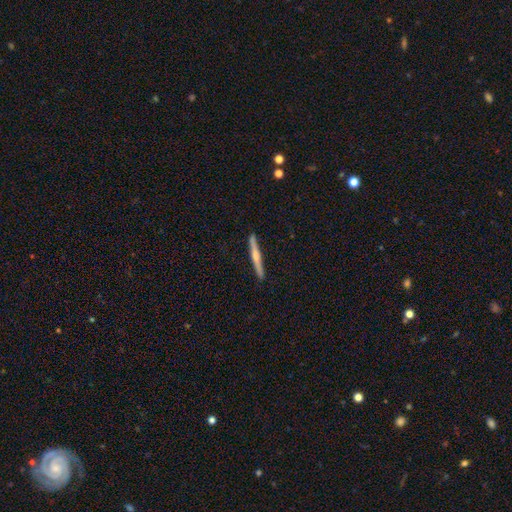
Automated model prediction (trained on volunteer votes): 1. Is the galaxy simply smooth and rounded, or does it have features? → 55% featured or disk, 40% smooth, 5% star or artifact.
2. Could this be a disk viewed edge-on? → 98% yes, 2% no.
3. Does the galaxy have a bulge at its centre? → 66% rounded, 22% none, 12% boxy.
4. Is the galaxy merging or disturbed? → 91% none, 6% minor disturbance, 1% major disturbance, 1% merger.